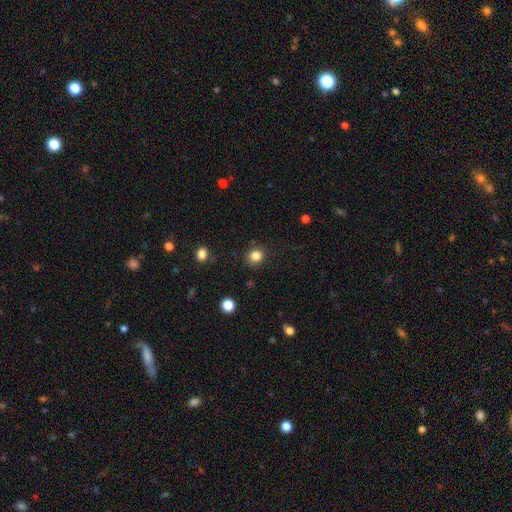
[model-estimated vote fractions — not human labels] smooth_or_featured: smooth (p=0.84) [alt: star or artifact p=0.12]
how_rounded: round (p=0.80) [alt: in between p=0.19]
merging: none (p=0.86) [alt: minor disturbance p=0.09]